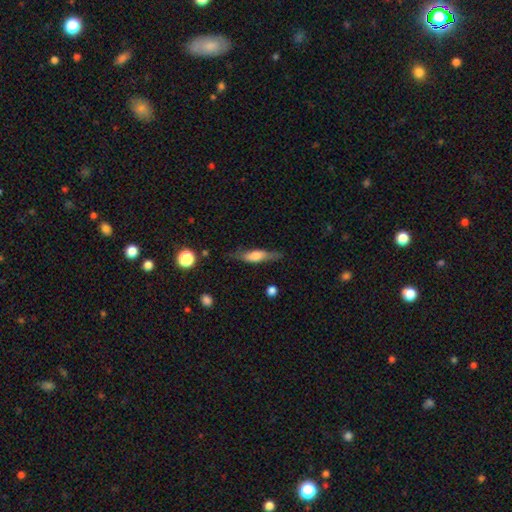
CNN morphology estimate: This appears to be a smooth galaxy with no disk features (55%) that is cigar-shaped (68%). Merging: none (74%).